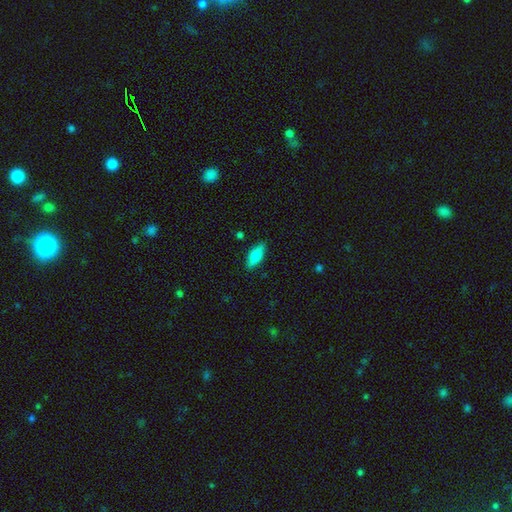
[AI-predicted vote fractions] The model was most divided on "how rounded": in between: 72%, cigar-shaped: 26%, round: 2%. More confident: merging — none (87%); smooth or featured — smooth (74%).